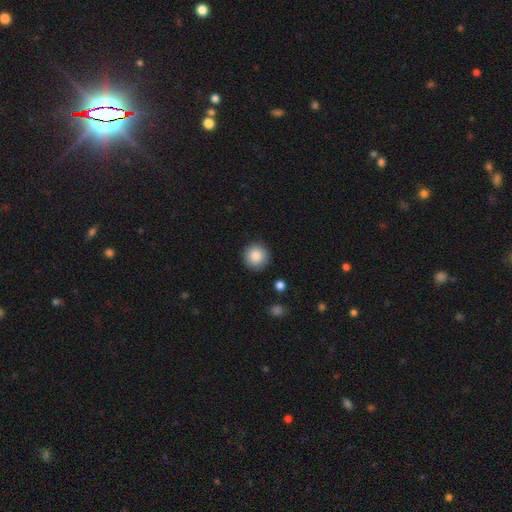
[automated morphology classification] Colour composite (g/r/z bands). It shows a smooth galaxy with no disk features (86%) that is round (95%). Merging: none (90%).